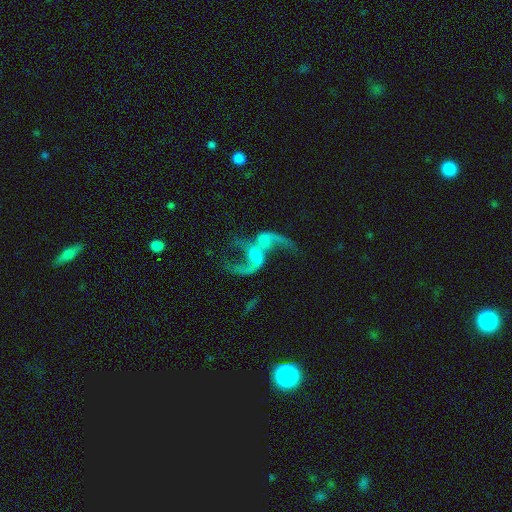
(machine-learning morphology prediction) This is clearly a featured or disk galaxy (82%). It is clearly not viewed edge-on (96%). Bar: possibly no (46%). Spiral arm pattern: clearly yes (85%). Spiral arm count: clearly 2 (84%). Spiral winding: clearly loose (88%). Central bulge: marginally none (38%). Merging: marginally merger (36%).